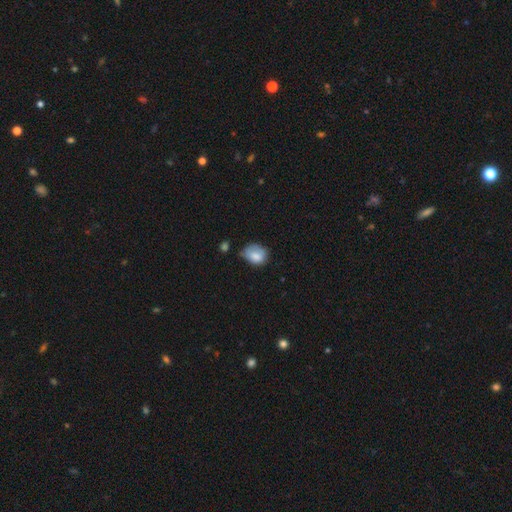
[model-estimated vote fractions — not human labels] Q: Smooth or featured?
A: smooth (76%); runner-up: featured or disk (16%)
Q: How rounded?
A: in between (62%); runner-up: round (37%)
Q: Merging?
A: none (43%); runner-up: minor disturbance (38%)